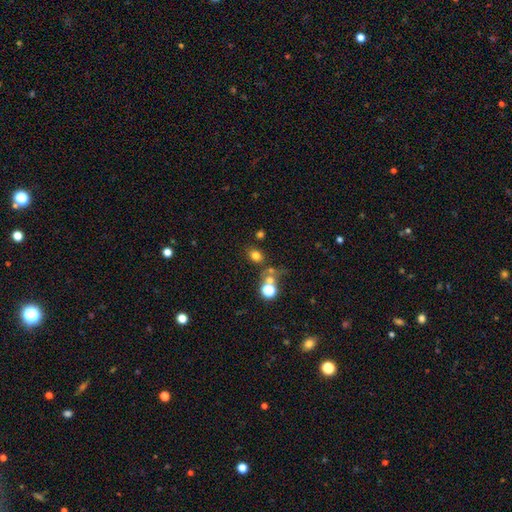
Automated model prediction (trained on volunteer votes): Smooth or featured: smooth — 73% (star or artifact — 19%)
How rounded: round — 52% (in between — 46%)
Merging: none — 69% (merger — 13%)